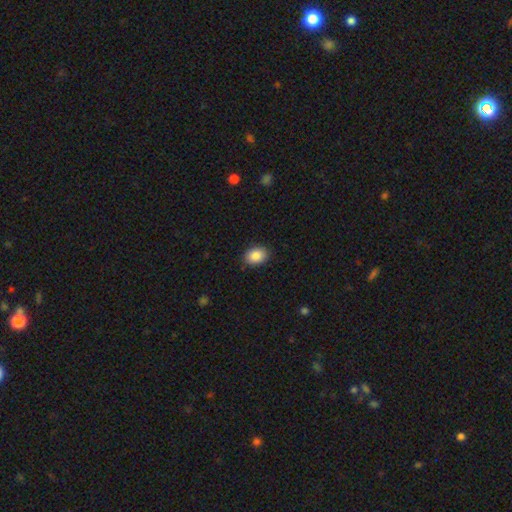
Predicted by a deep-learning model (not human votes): Overall: smooth (87%). How rounded: in between (77%). Merging: none (88%).